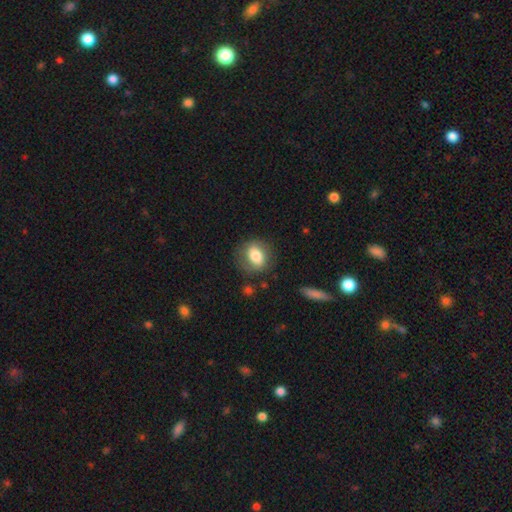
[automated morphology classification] The model was most divided on "how rounded": round: 51%, in between: 47%, cigar-shaped: 2%. More confident: merging — none (74%); smooth or featured — smooth (66%).